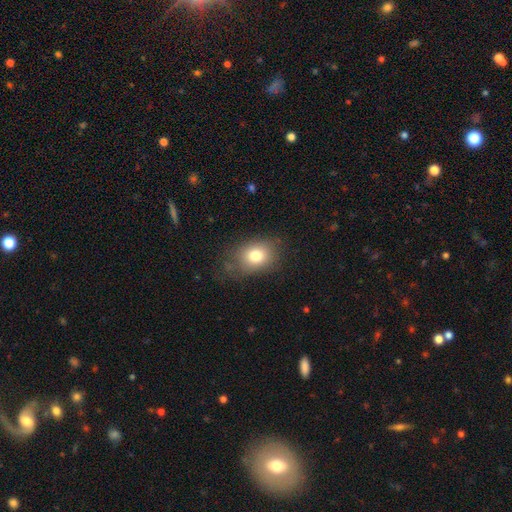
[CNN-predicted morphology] Smooth or featured: smooth — 78% (featured or disk — 11%)
How rounded: in between — 60% (round — 39%)
Merging: none — 70% (minor disturbance — 20%)